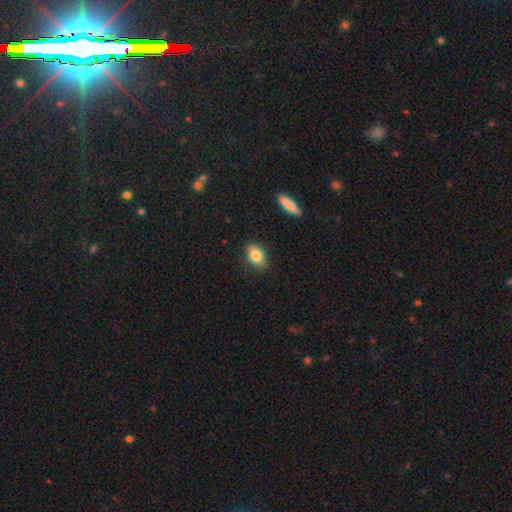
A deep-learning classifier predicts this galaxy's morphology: Smooth or featured?
  - smooth: 82% *
  - featured or disk: 10%
  - star or artifact: 8%
How rounded?
  - in between: 82% *
  - round: 15%
  - cigar-shaped: 3%
Merging?
  - none: 85% *
  - minor disturbance: 11%
  - major disturbance: 2%
  - merger: 1%